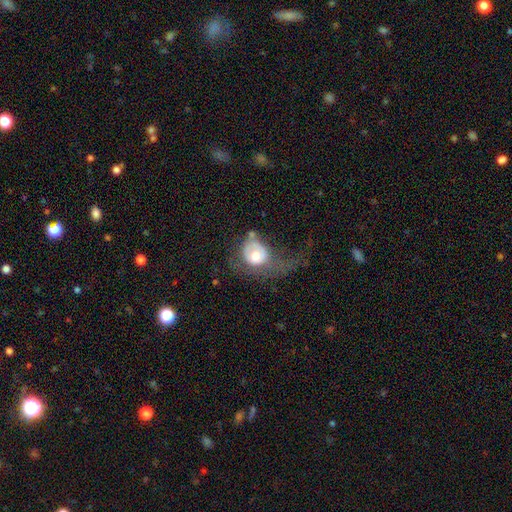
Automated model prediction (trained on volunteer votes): Smooth or featured?
  - smooth: 55% *
  - featured or disk: 38%
  - star or artifact: 7%
How rounded?
  - round: 65% *
  - in between: 34%
  - cigar-shaped: 1%
Merging?
  - major disturbance: 56% *
  - minor disturbance: 19%
  - none: 19%
  - merger: 7%